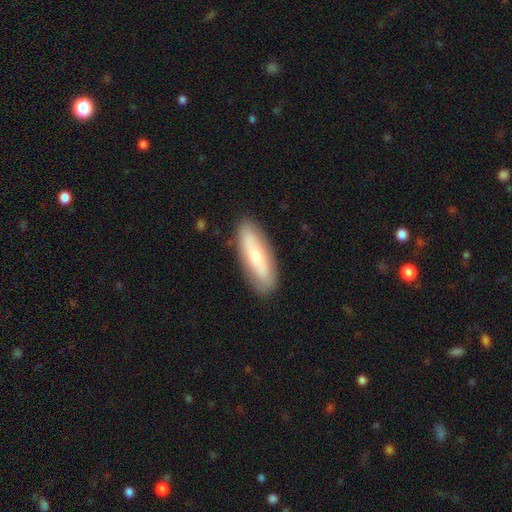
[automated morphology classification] smooth_or_featured: smooth (p=0.59) [alt: featured or disk p=0.35]
how_rounded: in between (p=0.52) [alt: cigar-shaped p=0.46]
merging: none (p=0.87) [alt: minor disturbance p=0.09]